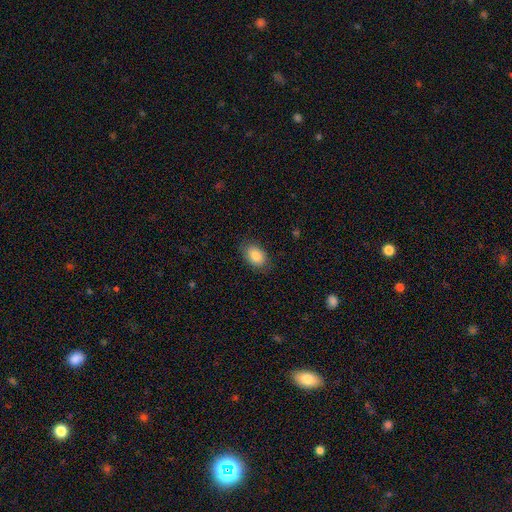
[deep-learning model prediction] This appears to be a smooth galaxy with no disk features (85%) that is in between round and cigar-shaped (85%). Merging: none (83%).